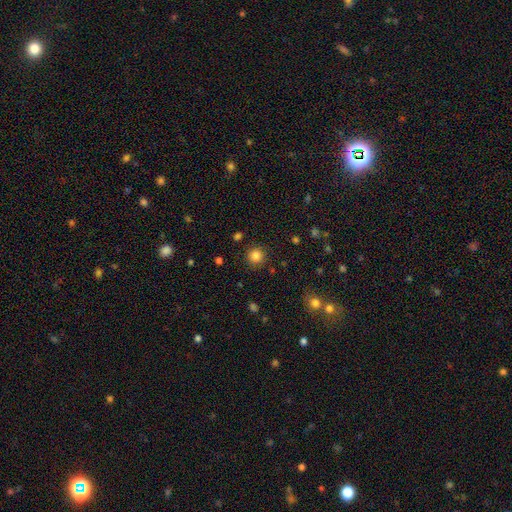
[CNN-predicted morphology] smooth 84%, star or artifact 12%, featured or disk 4%. Down the decision tree: how rounded — round (94%); merging — none (90%).